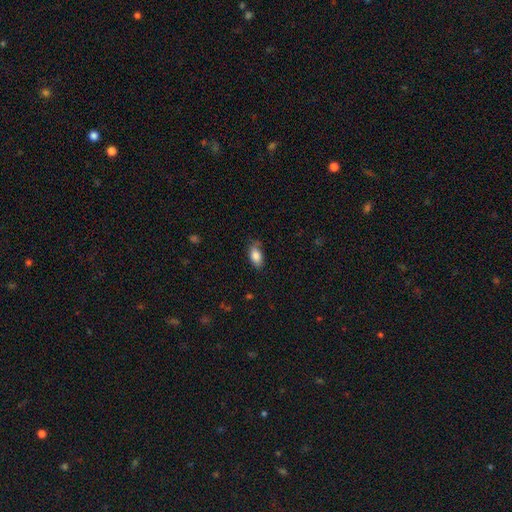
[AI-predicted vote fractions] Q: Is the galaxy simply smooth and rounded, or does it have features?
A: smooth — 84%.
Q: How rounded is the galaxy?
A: in between — 91%.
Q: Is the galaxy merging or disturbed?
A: none — 66%.